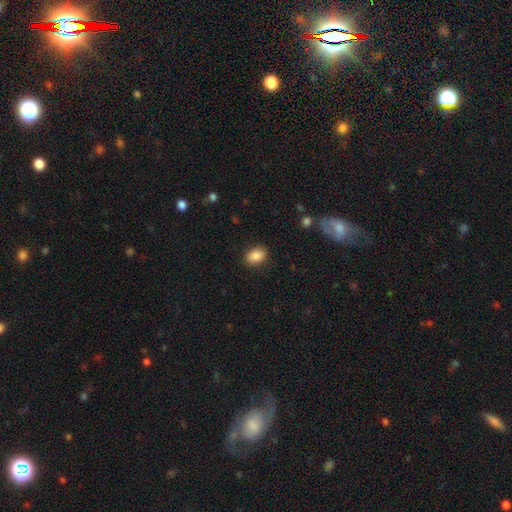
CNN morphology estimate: Q: Smooth or featured?
A: smooth (87%); runner-up: star or artifact (8%)
Q: How rounded?
A: in between (76%); runner-up: round (22%)
Q: Merging?
A: none (87%); runner-up: minor disturbance (9%)